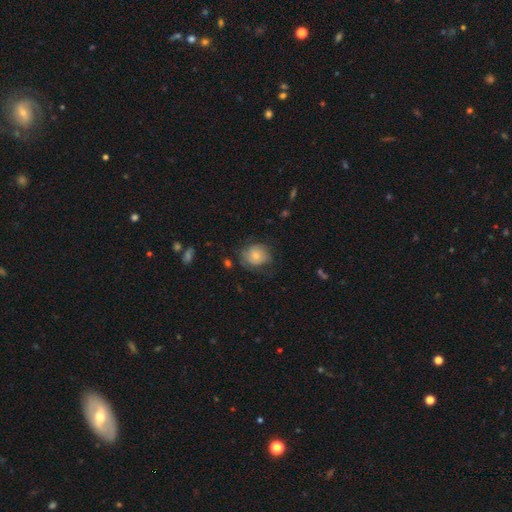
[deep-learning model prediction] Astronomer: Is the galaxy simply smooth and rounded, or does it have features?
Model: smooth — 63%.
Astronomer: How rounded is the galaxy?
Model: round — 71%.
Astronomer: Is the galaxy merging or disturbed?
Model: none — 58%.